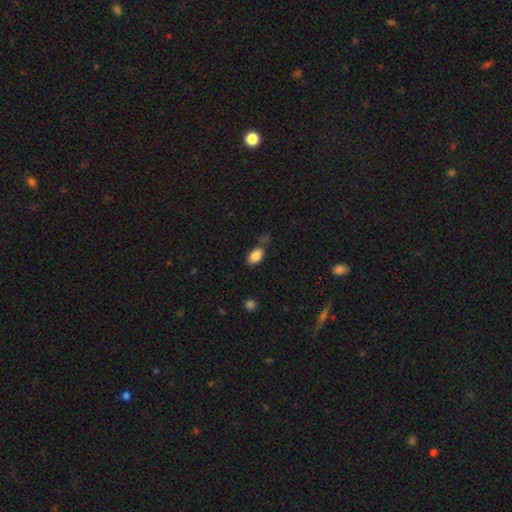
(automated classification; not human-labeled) A smooth galaxy with no disk features (85%) that is in between round and cigar-shaped (92%). Merging: none (65%).